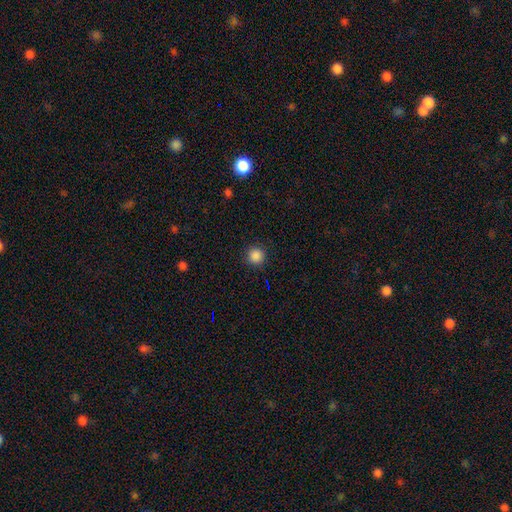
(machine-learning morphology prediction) This appears to be a smooth galaxy with no disk features (87%) that is round (95%). Merging: none (91%).